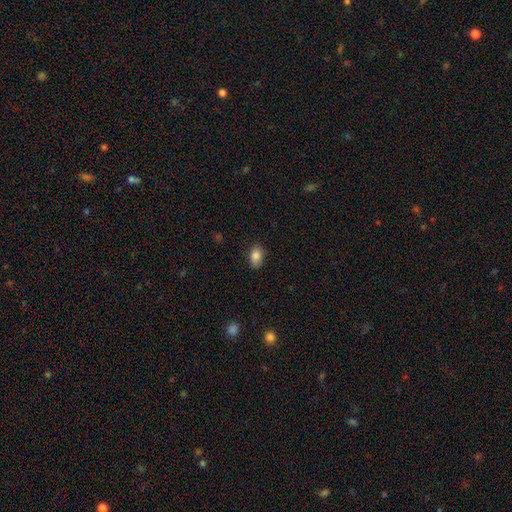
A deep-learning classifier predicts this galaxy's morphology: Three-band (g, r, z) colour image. It shows a smooth galaxy with no disk features (85%) that is in between round and cigar-shaped (86%). Merging: none (83%).